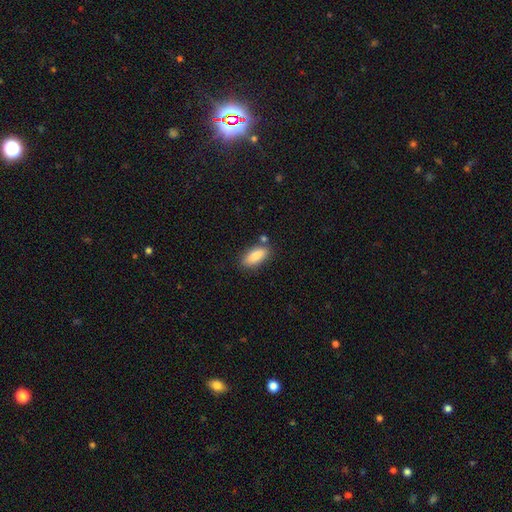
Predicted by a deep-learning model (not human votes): The model was most divided on "how rounded": in between: 79%, cigar-shaped: 19%, round: 2%. More confident: smooth or featured — smooth (85%); merging — none (77%).